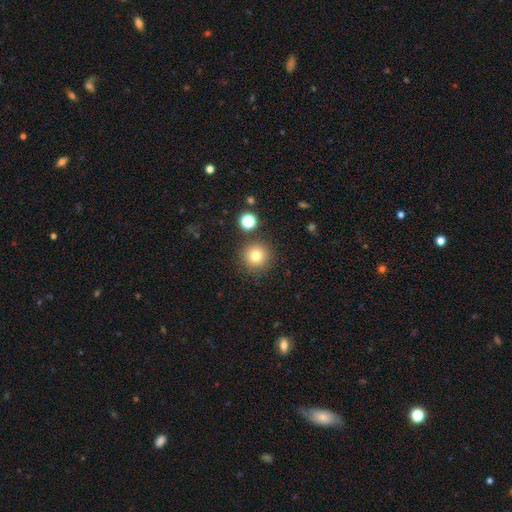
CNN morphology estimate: Overall: smooth (78%). How rounded: round (95%). Merging: none (87%).